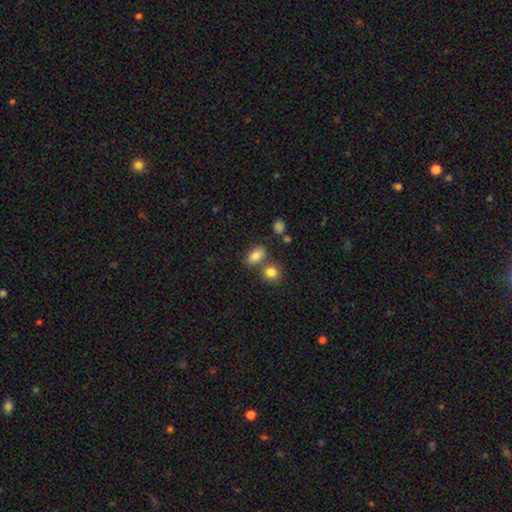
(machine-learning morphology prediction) smooth-or-featured: smooth: 82% | star or artifact: 9% | featured or disk: 9%
  how-rounded: in between: 84% | round: 14% | cigar-shaped: 2%
  merging: none: 65% | merger: 20% | minor disturbance: 12% | major disturbance: 4%